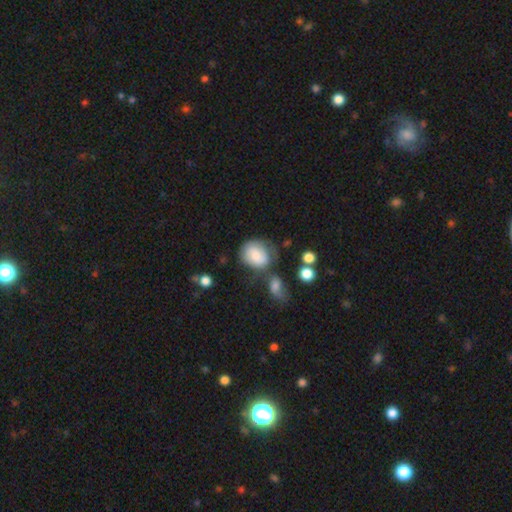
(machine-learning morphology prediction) A smooth galaxy with no disk features (69%) that is round (64%). Merging: none (48%).